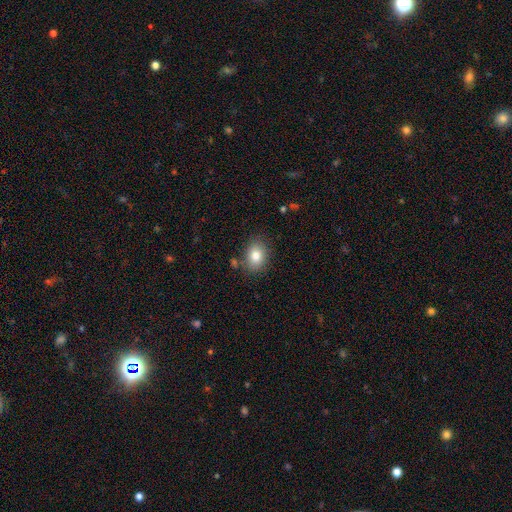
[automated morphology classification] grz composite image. It shows a smooth galaxy with no disk features (81%) that is in between round and cigar-shaped (60%). Merging: none (81%).